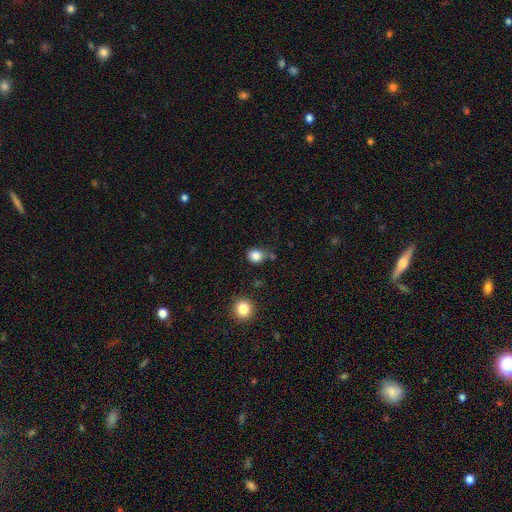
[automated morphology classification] This appears to be a smooth galaxy with no disk features (84%) that is round (68%). Merging: none (72%).